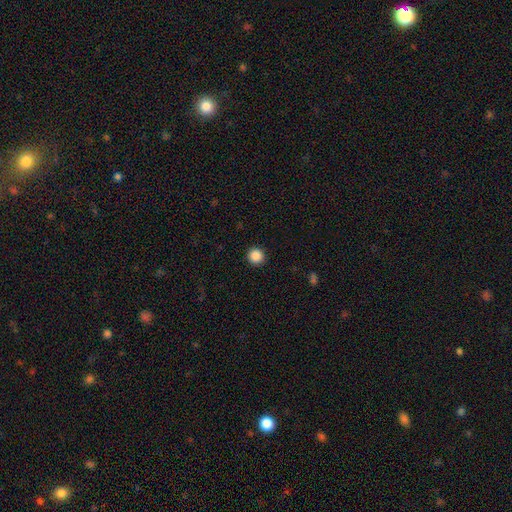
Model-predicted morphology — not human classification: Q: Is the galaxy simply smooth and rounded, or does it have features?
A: smooth — 88%.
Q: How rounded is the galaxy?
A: round — 95%.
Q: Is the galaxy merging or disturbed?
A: none — 93%.